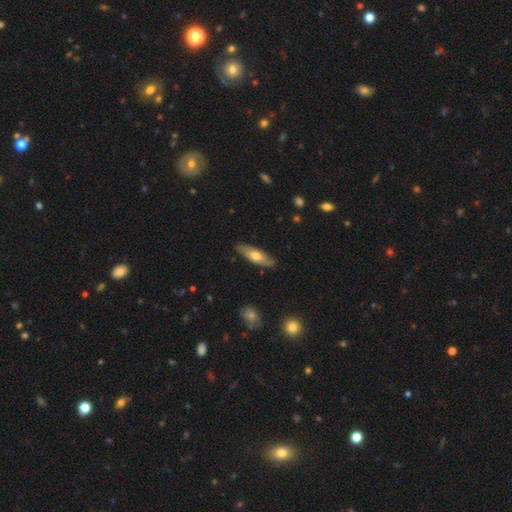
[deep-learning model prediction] A smooth galaxy with no disk features (52%) that is in between round and cigar-shaped (50%). Merging: none (83%).